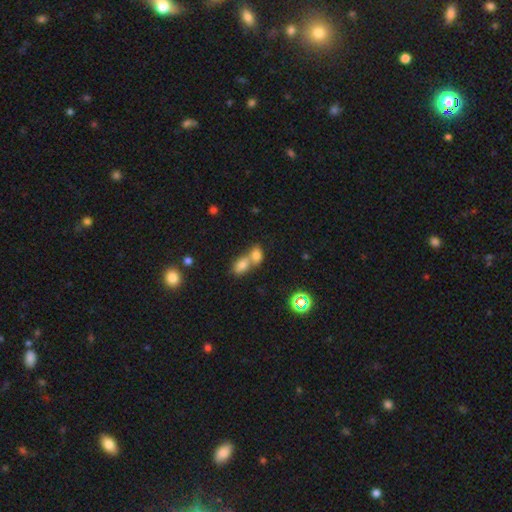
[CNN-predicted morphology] The model was most divided on "merging": merger: 67%, none: 24%, minor disturbance: 6%, major disturbance: 3%. More confident: how rounded — in between (76%); smooth or featured — smooth (75%).